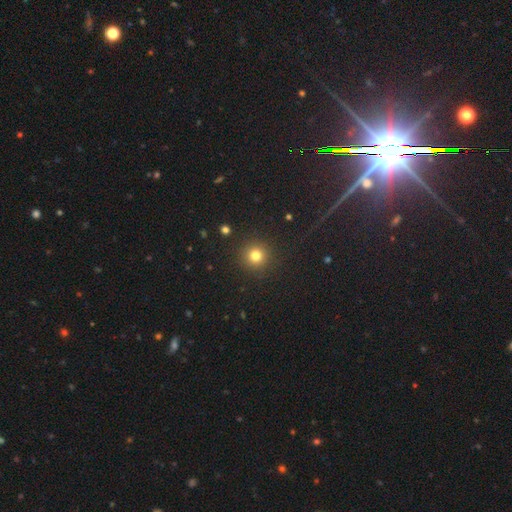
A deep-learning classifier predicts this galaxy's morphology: Smooth or featured? smooth (80%)
How rounded? round (95%)
Merging? none (91%)